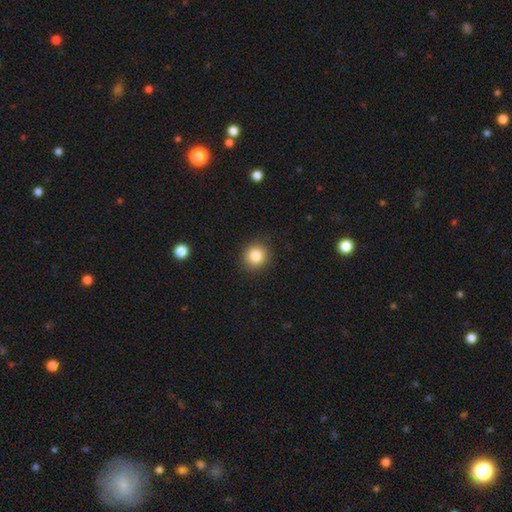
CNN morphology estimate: Q: Smooth or featured?
A: smooth (84%); runner-up: star or artifact (10%)
Q: How rounded?
A: round (90%); runner-up: in between (9%)
Q: Merging?
A: none (90%); runner-up: minor disturbance (7%)